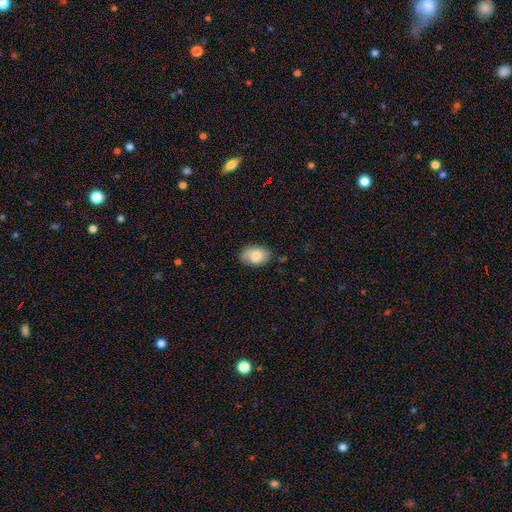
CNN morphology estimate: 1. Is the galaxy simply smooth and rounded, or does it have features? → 75% smooth, 18% featured or disk, 7% star or artifact.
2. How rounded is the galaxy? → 86% in between, 13% round, 1% cigar-shaped.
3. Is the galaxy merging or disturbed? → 69% none, 24% minor disturbance, 5% major disturbance, 2% merger.